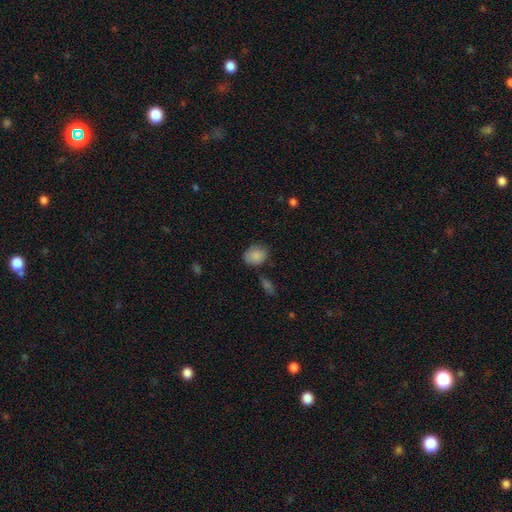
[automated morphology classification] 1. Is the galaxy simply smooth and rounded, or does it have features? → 86% smooth, 8% star or artifact, 5% featured or disk.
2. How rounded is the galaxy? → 50% round, 49% in between, 1% cigar-shaped.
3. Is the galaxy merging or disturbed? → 73% none, 18% minor disturbance, 5% merger, 4% major disturbance.